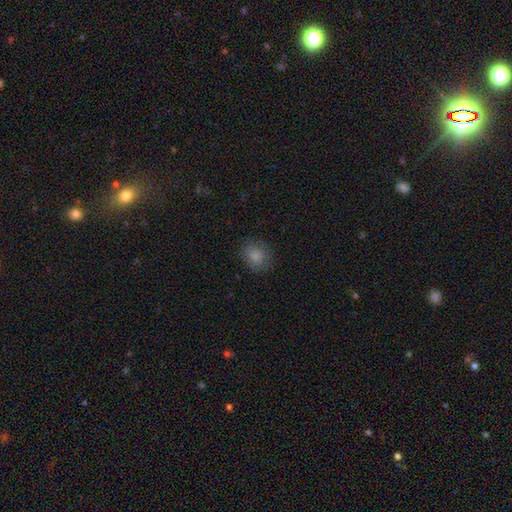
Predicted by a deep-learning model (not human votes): This is clearly a smooth galaxy (84%). How rounded: likely round (70%). Merging: clearly none (82%).